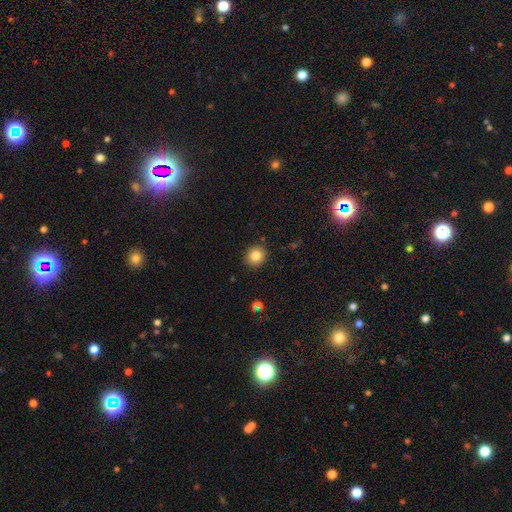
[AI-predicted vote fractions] smooth-or-featured: smooth: 82% | star or artifact: 11% | featured or disk: 7%
  how-rounded: round: 86% | in between: 13% | cigar-shaped: 1%
  merging: none: 90% | minor disturbance: 7% | major disturbance: 2% | merger: 1%